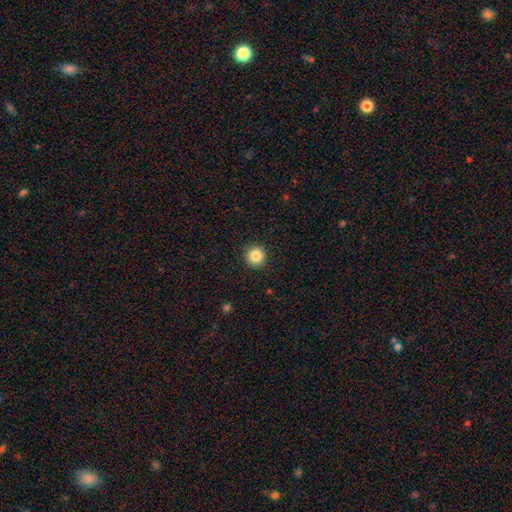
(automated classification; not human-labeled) Smooth or featured? smooth (86%)
How rounded? round (95%)
Merging? none (92%)